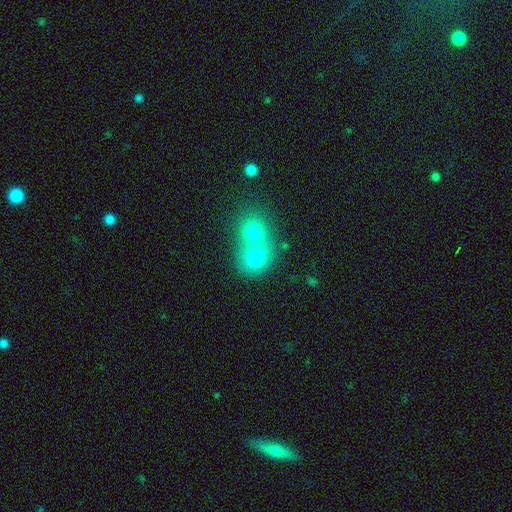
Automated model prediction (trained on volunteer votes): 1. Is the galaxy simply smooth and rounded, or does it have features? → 74% smooth, 14% featured or disk, 12% star or artifact.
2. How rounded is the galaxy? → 65% round, 34% in between, 1% cigar-shaped.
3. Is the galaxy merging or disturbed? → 64% merger, 27% none, 6% minor disturbance, 3% major disturbance.